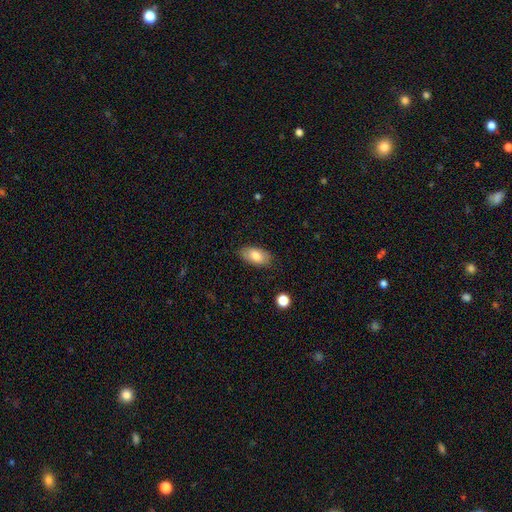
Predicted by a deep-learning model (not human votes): Overall: smooth (79%). How rounded: in between (93%). Merging: none (82%).